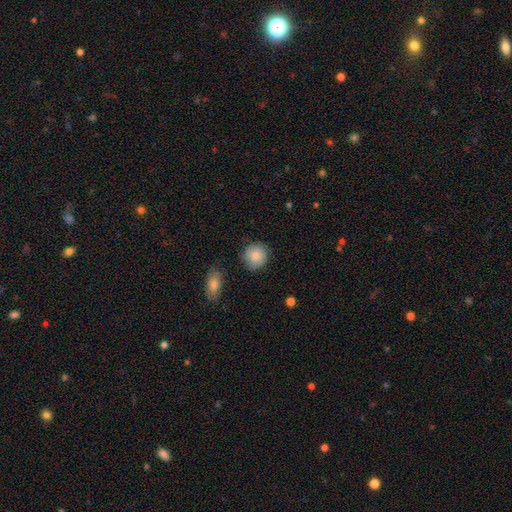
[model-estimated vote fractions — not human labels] This appears to be a smooth galaxy with no disk features (86%) that is round (90%). Merging: none (82%).